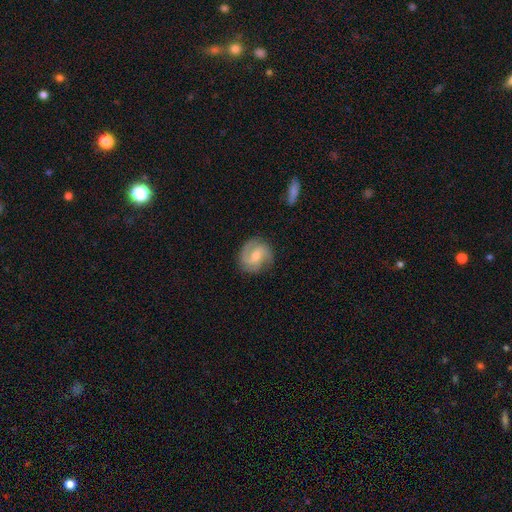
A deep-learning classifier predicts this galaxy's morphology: smooth_or_featured: featured or disk (p=0.78) [alt: smooth p=0.16]
disk_edge_on: no (p=0.97) [alt: yes p=0.03]
bar: weak (p=0.47) [alt: no p=0.40]
has_spiral_arms: yes (p=0.95) [alt: no p=0.05]
spiral_winding: medium (p=0.45) [alt: tight p=0.39]
spiral_arm_count: 2 (p=0.60) [alt: 3 p=0.20]
bulge_size: moderate (p=0.58) [alt: small p=0.38]
merging: none (p=0.80) [alt: minor disturbance p=0.14]